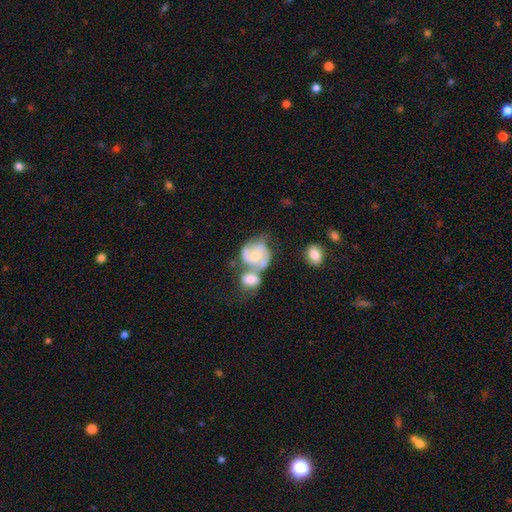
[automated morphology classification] A featured or disk galaxy (77%) with no bar (67%), 2 (73%) medium (48%) spiral arms (92%) and a moderate central bulge (54%).

Vote fractions:
- Smooth or featured? featured or disk: 77% / smooth: 17% / star or artifact: 6%
- Edge-on disk? no: 98% / yes: 2%
- Bar? no: 67% / weak: 27% / strong: 7%
- Spiral arms? yes: 92% / no: 8%
- Spiral winding? medium: 48% / tight: 35% / loose: 16%
- Spiral arm count? 2: 73% / can't tell: 10% / 3: 10% / 1: 3% / 4: 2% / more than 4: 2%
- Bulge size? moderate: 54% / small: 40% / large: 3% / none: 2% / dominant: 1%
- Merging? merger: 51% / none: 25% / minor disturbance: 14% / major disturbance: 10%